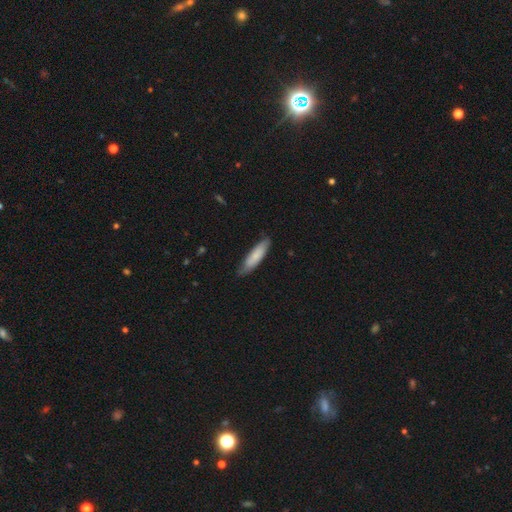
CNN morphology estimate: Overall: smooth (77%). How rounded: cigar-shaped (70%). Merging: none (79%).